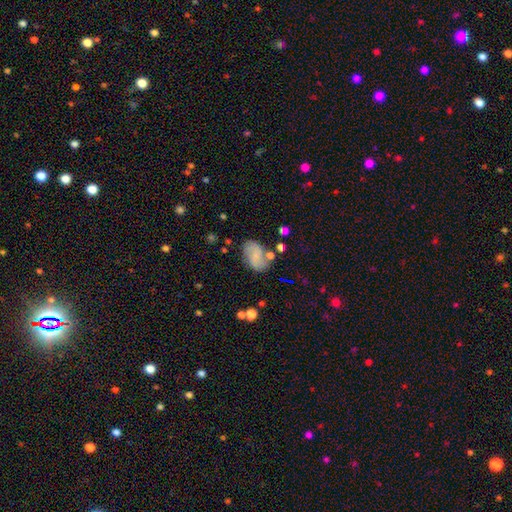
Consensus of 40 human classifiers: This appears to be a featured or disk galaxy (60%) with no bar (42%), 2 (90%) loose (65%) spiral arms (83%) and a small central bulge (62%). Merging: none (79%).